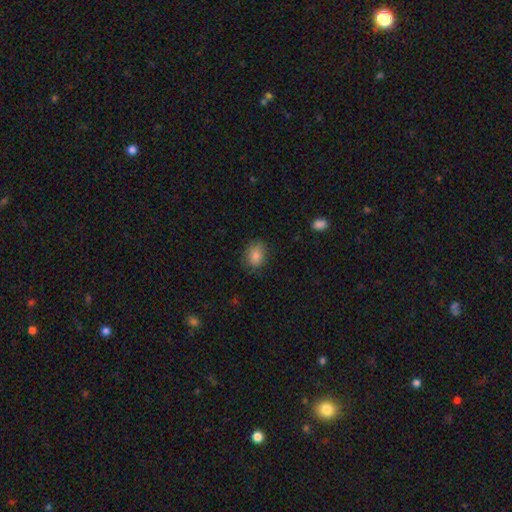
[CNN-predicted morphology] smooth-or-featured: smooth: 82% | star or artifact: 10% | featured or disk: 9%
  how-rounded: in between: 51% | round: 48% | cigar-shaped: 1%
  merging: none: 77% | minor disturbance: 18% | major disturbance: 4% | merger: 1%